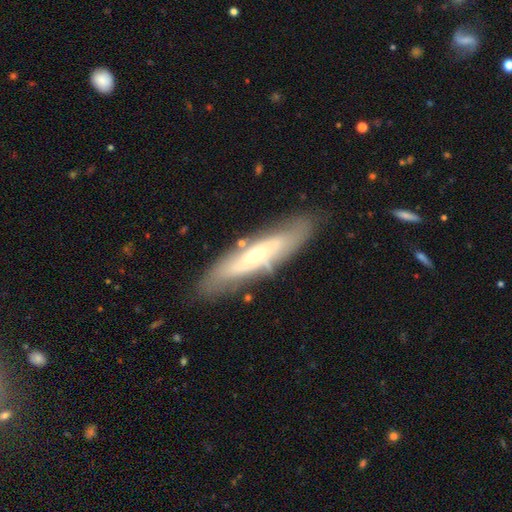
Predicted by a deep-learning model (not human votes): Smooth or featured: featured or disk — 59% (smooth — 35%)
Edge-on disk: no — 53% (yes — 47%)
Merging: none — 79% (minor disturbance — 14%)